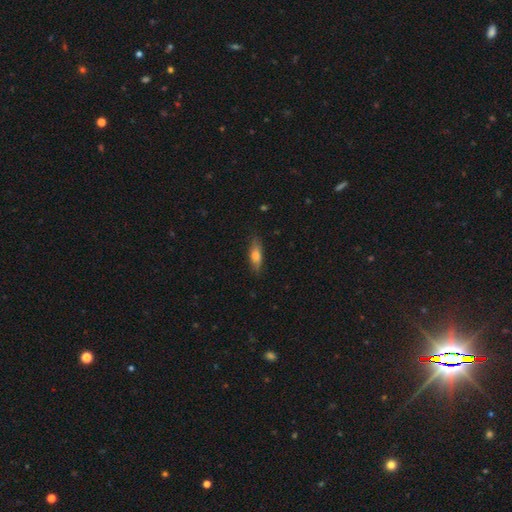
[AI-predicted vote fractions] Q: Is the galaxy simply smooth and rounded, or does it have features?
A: smooth — 71%.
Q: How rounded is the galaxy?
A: in between — 56%.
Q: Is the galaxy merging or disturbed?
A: none — 82%.